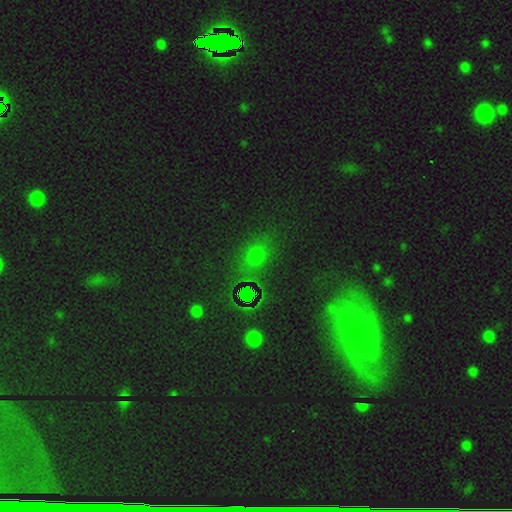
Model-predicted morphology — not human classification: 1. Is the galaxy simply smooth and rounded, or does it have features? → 47% smooth, 45% star or artifact, 8% featured or disk.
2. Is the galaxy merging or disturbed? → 78% none, 12% minor disturbance, 6% major disturbance, 4% merger.